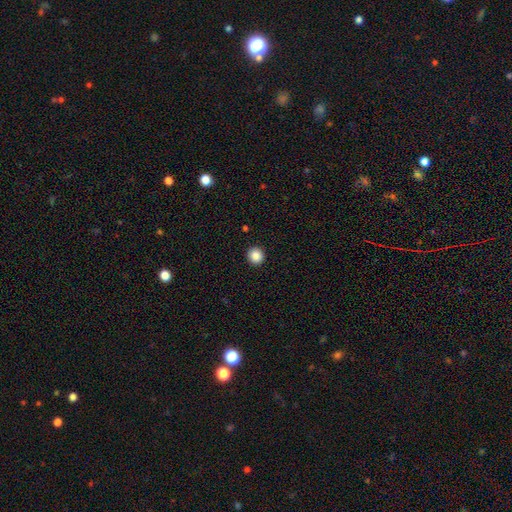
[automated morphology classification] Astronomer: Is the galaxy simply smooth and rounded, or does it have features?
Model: smooth — 88%.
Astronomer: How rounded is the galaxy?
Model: round — 93%.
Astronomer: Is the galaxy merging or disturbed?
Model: none — 93%.